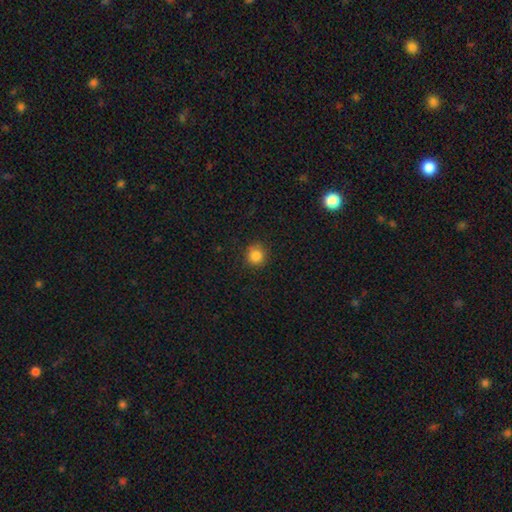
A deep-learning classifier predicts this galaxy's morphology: Smooth or featured: smooth — 85% (star or artifact — 11%)
How rounded: round — 89% (in between — 10%)
Merging: none — 83% (minor disturbance — 12%)